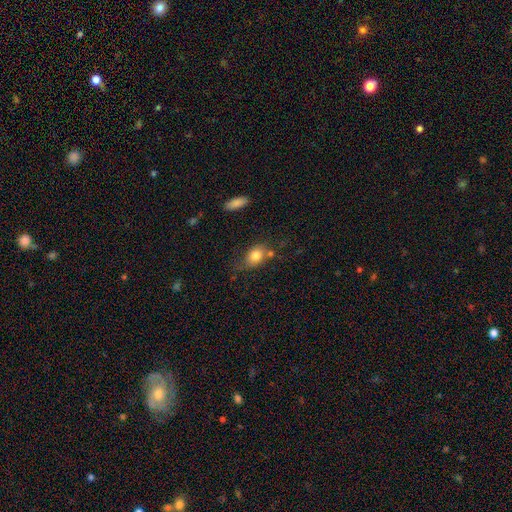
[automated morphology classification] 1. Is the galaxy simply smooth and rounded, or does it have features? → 80% smooth, 12% featured or disk, 8% star or artifact.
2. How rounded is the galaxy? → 69% in between, 28% round, 2% cigar-shaped.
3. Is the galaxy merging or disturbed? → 54% none, 25% minor disturbance, 12% merger, 9% major disturbance.